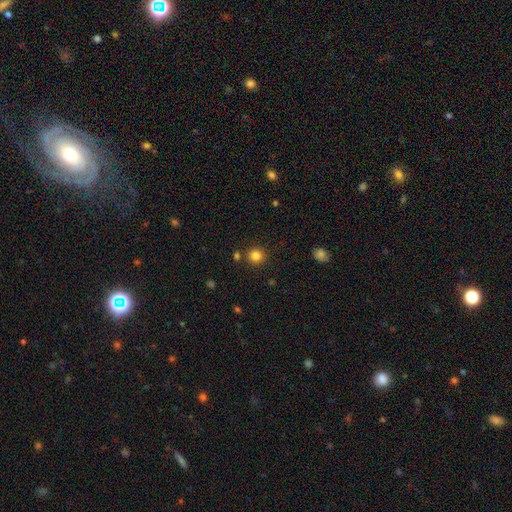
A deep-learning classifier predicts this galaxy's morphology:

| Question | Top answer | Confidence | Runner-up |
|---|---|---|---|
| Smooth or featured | smooth | 83% | star or artifact (13%) |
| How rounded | round | 92% | in between (7%) |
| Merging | none | 87% | minor disturbance (6%) |